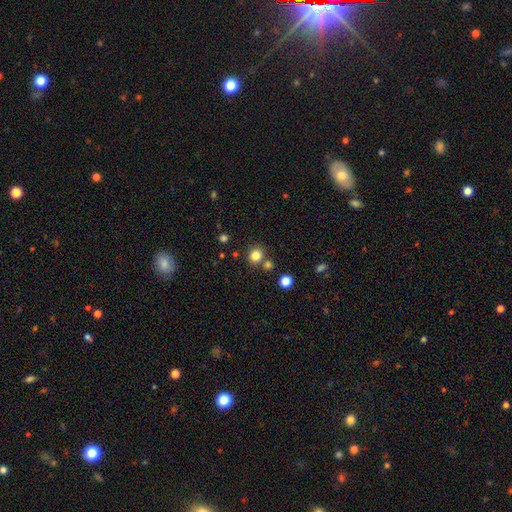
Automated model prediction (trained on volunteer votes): Smooth or featured? Predicted: smooth (p=0.82). How rounded? Predicted: round (p=0.85). Merging? Predicted: none (p=0.75).